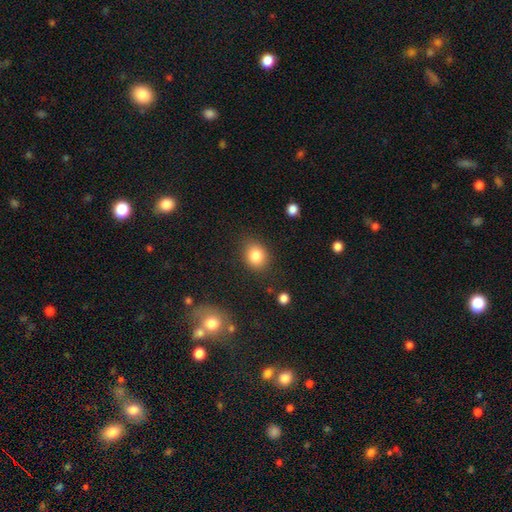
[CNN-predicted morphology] This is clearly a smooth galaxy (83%). How rounded: likely round (62%). Merging: clearly none (83%).